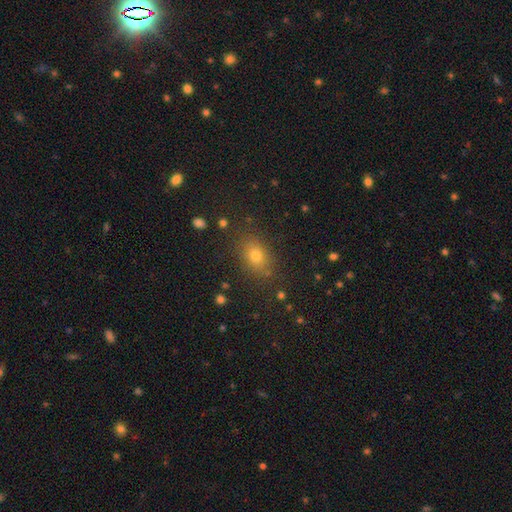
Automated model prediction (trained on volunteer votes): This is likely a smooth galaxy (72%). How rounded: likely in between (66%). Merging: clearly none (83%).